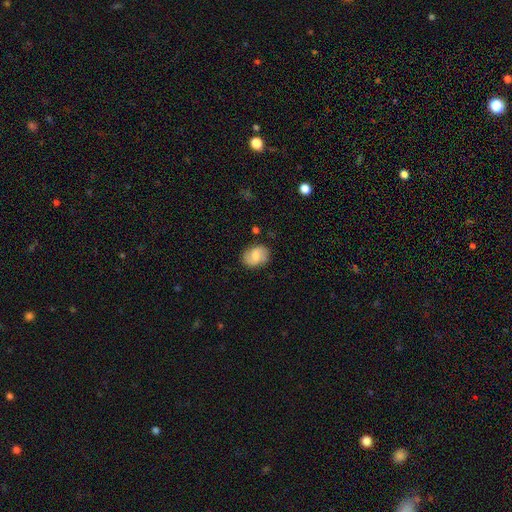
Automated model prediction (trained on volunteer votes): smooth_or_featured: smooth (p=0.52) [alt: featured or disk p=0.40]
how_rounded: in between (p=0.66) [alt: round p=0.33]
merging: none (p=0.78) [alt: minor disturbance p=0.16]